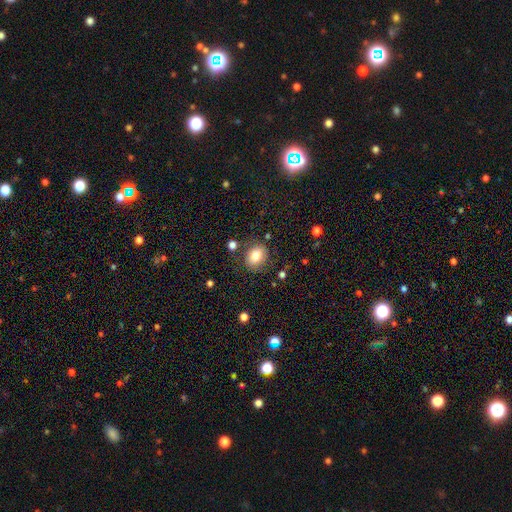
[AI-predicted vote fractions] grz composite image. It shows a smooth galaxy with no disk features (78%) that is round (52%). Merging: none (79%).